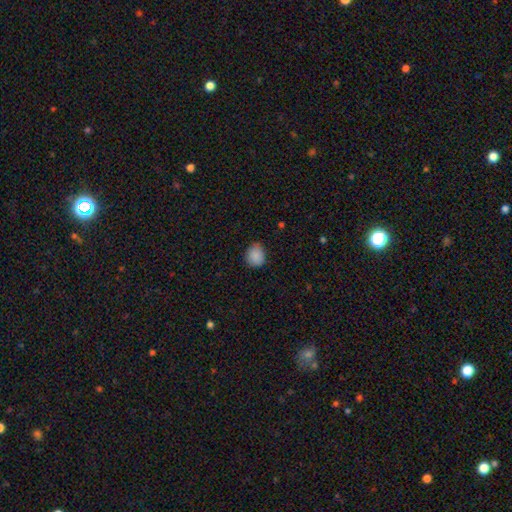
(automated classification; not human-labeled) A smooth galaxy with no disk features (88%) that is round (64%). Merging: none (75%).